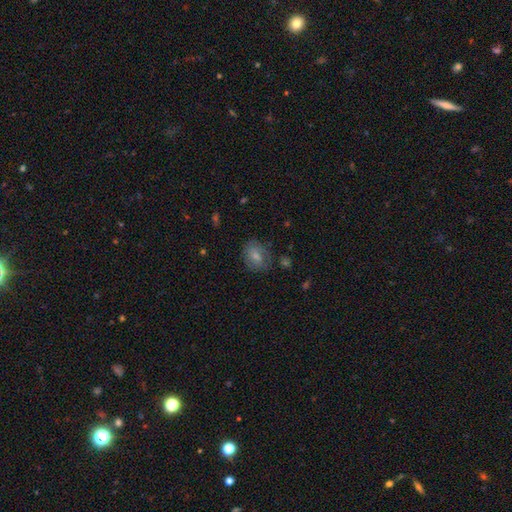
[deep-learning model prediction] Smooth or featured: smooth — 68% (featured or disk — 23%)
How rounded: in between — 65% (round — 33%)
Merging: none — 67% (minor disturbance — 21%)